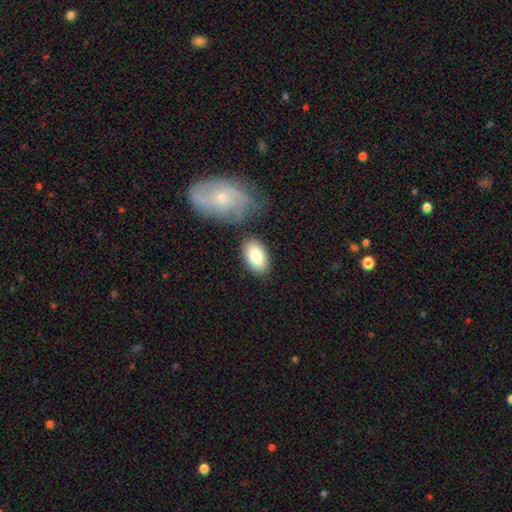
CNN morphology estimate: Overall: smooth (81%). How rounded: in between (91%). Merging: none (80%).